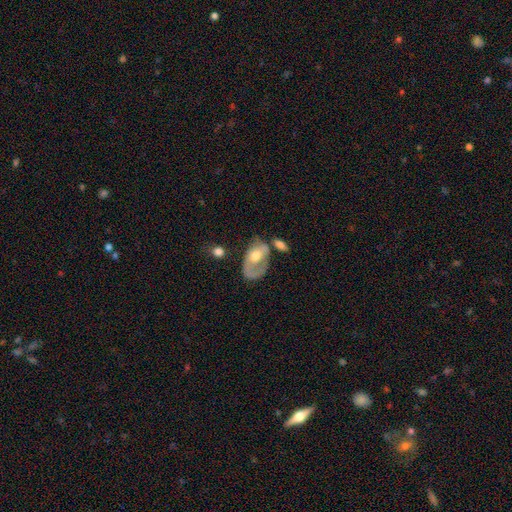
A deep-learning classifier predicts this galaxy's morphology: Q: Smooth or featured?
A: featured or disk (53%); runner-up: smooth (40%)
Q: Edge-on disk?
A: no (94%); runner-up: yes (6%)
Q: Bar?
A: no (75%); runner-up: weak (20%)
Q: Spiral arms?
A: yes (51%); runner-up: no (49%)
Q: Bulge size?
A: moderate (67%); runner-up: small (16%)
Q: Merging?
A: major disturbance (31%); runner-up: none (27%)